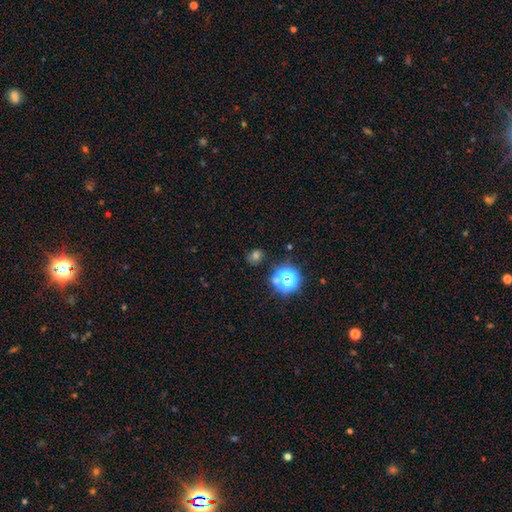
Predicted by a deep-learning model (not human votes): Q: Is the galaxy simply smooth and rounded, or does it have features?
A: smooth — 59%.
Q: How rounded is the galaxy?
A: round — 65%.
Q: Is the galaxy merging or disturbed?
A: none — 77%.